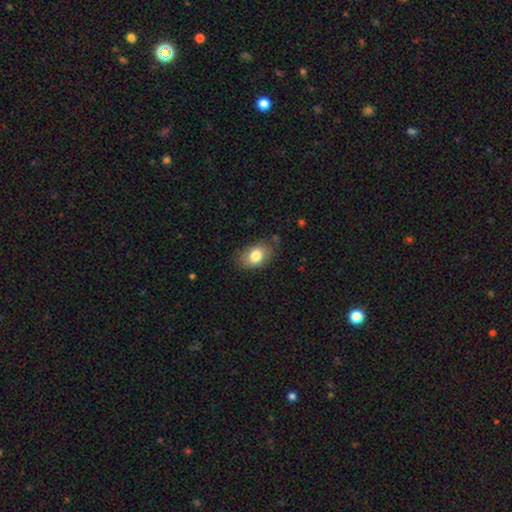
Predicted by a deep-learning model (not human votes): smooth-or-featured: smooth: 81% | featured or disk: 11% | star or artifact: 8%
  how-rounded: in between: 84% | round: 15% | cigar-shaped: 1%
  merging: none: 77% | minor disturbance: 17% | major disturbance: 4% | merger: 2%